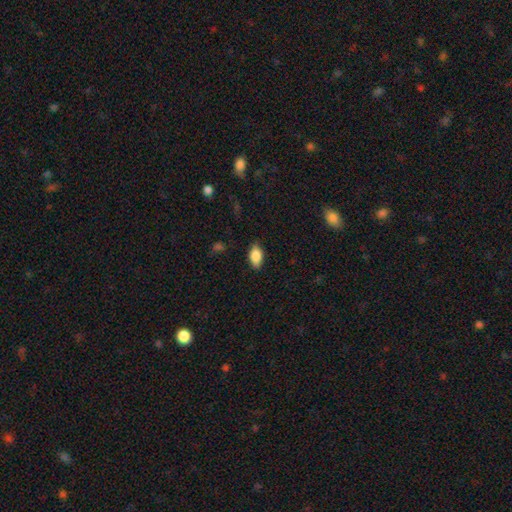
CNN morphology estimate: A smooth galaxy with no disk features (85%) that is in between round and cigar-shaped (91%). Merging: none (84%).